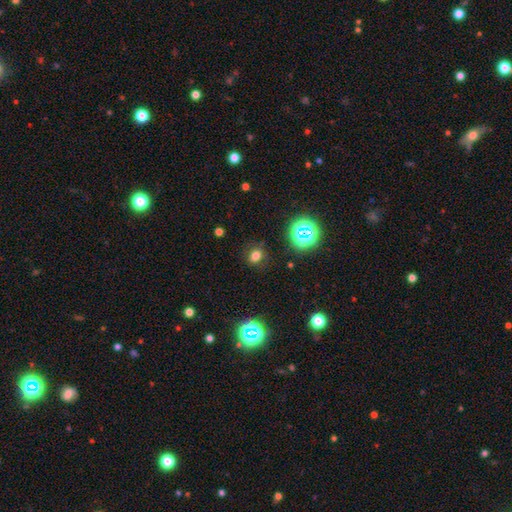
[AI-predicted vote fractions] A smooth galaxy with no disk features (70%) that is round (63%).

Vote fractions:
- Smooth or featured? smooth: 70% / star or artifact: 23% / featured or disk: 7%
- How rounded? round: 63% / in between: 36% / cigar-shaped: 1%
- Merging? none: 83% / minor disturbance: 11% / major disturbance: 4% / merger: 2%